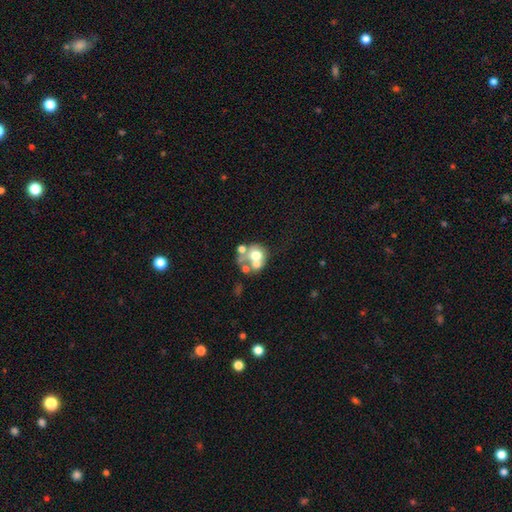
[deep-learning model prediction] smooth 48%, featured or disk 39%, star or artifact 13%. Down the decision tree: merging — merger (53%).